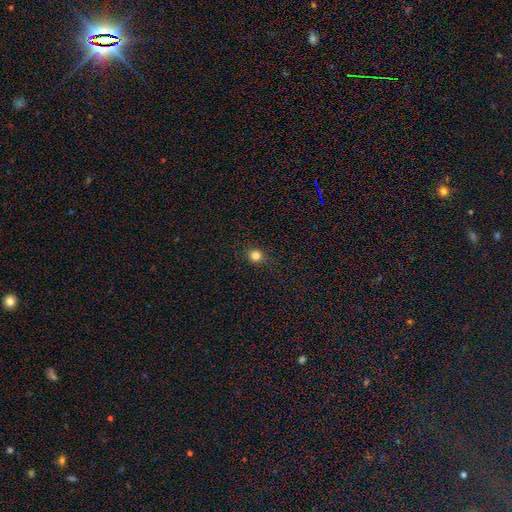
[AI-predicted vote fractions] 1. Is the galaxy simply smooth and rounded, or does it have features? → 80% smooth, 15% star or artifact, 5% featured or disk.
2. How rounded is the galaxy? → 85% round, 14% in between, 1% cigar-shaped.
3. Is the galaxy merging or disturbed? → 89% none, 8% minor disturbance, 2% major disturbance, 1% merger.